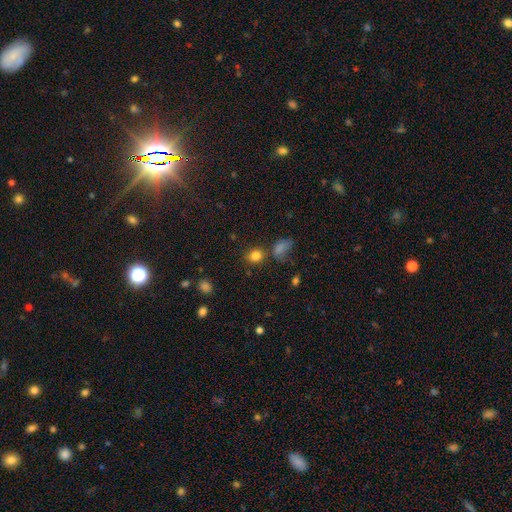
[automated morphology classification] Overall: smooth (82%). How rounded: round (74%). Merging: none (73%).